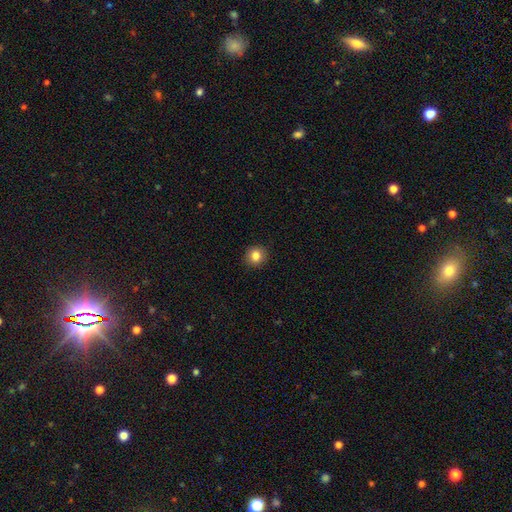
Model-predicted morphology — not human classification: A smooth galaxy with no disk features (83%) that is round (88%). Merging: none (91%).